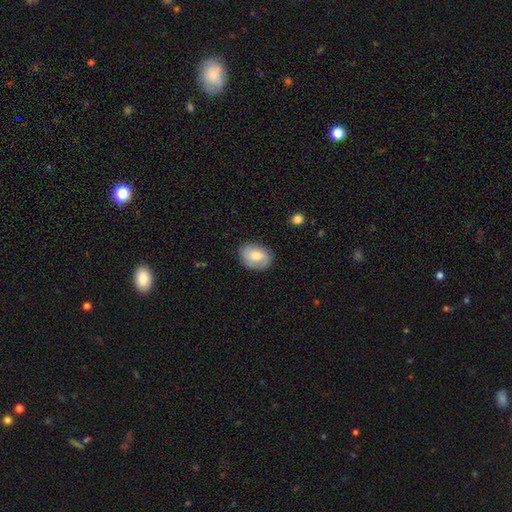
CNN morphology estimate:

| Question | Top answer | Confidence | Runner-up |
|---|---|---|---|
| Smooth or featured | smooth | 65% | featured or disk (28%) |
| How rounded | in between | 70% | round (29%) |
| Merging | none | 80% | minor disturbance (15%) |